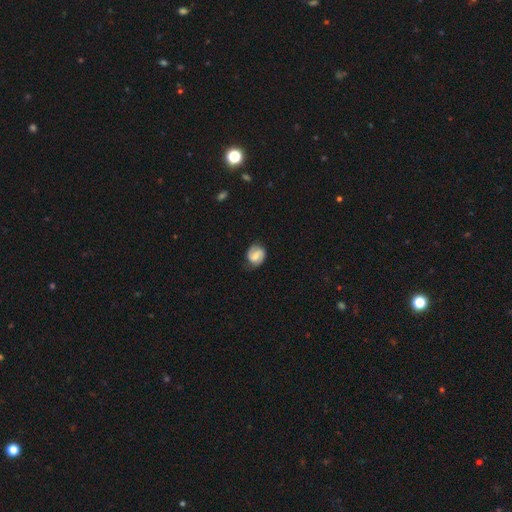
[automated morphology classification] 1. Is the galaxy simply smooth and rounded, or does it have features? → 55% featured or disk, 38% smooth, 7% star or artifact.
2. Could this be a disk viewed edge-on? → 97% no, 3% yes.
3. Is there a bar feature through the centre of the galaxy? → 49% weak, 30% no, 21% strong.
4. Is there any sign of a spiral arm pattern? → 87% yes, 13% no.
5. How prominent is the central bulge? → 48% moderate, 35% small, 8% none, 7% large, 1% dominant.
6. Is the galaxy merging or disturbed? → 70% none, 22% minor disturbance, 6% major disturbance, 1% merger.